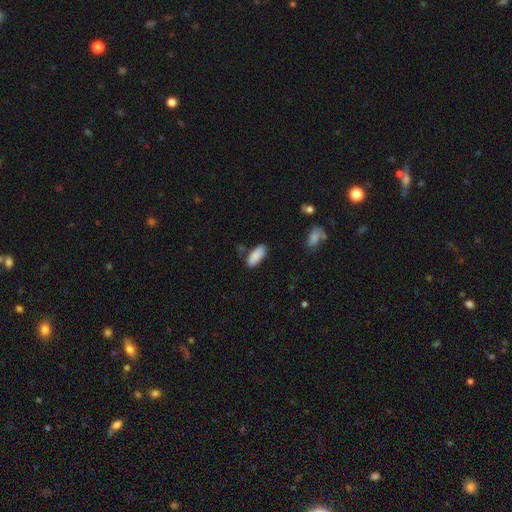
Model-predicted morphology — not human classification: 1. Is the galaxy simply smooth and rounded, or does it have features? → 89% smooth, 6% star or artifact, 5% featured or disk.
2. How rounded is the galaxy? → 84% in between, 14% cigar-shaped, 2% round.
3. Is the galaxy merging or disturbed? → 82% none, 13% minor disturbance, 3% merger, 3% major disturbance.